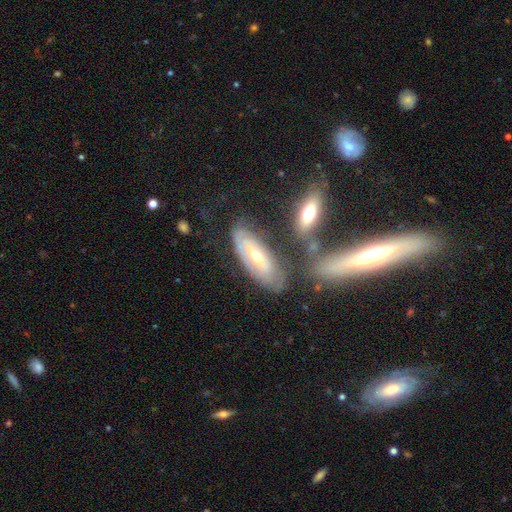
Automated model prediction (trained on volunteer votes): smooth_or_featured: featured or disk (p=0.64) [alt: smooth p=0.28]
disk_edge_on: no (p=0.82) [alt: yes p=0.18]
bar: no (p=0.68) [alt: weak p=0.24]
has_spiral_arms: yes (p=0.68) [alt: no p=0.32]
bulge_size: moderate (p=0.53) [alt: small p=0.42]
merging: none (p=0.57) [alt: minor disturbance p=0.23]